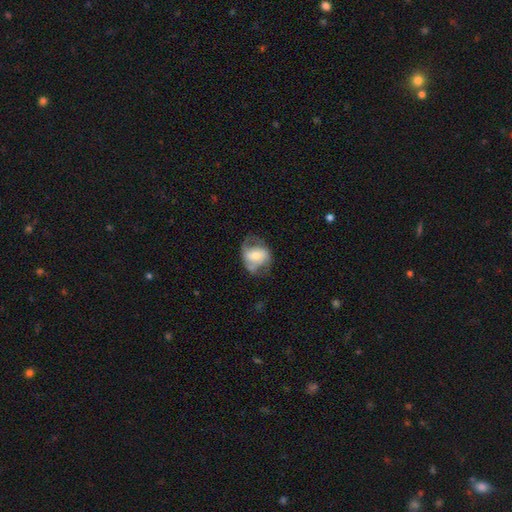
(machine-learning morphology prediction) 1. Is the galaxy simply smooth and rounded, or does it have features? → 56% featured or disk, 37% smooth, 7% star or artifact.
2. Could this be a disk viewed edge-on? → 96% no, 4% yes.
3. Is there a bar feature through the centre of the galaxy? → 45% no, 35% weak, 20% strong.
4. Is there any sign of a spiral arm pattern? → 70% yes, 30% no.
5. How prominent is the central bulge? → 51% moderate, 36% small, 9% large, 3% none, 2% dominant.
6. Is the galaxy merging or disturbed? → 48% none, 27% minor disturbance, 23% major disturbance, 2% merger.